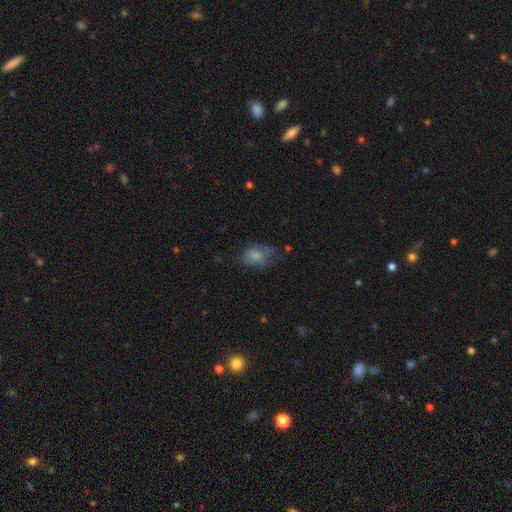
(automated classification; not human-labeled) A smooth galaxy with no disk features (75%) that is in between round and cigar-shaped (82%). Merging: none (44%).